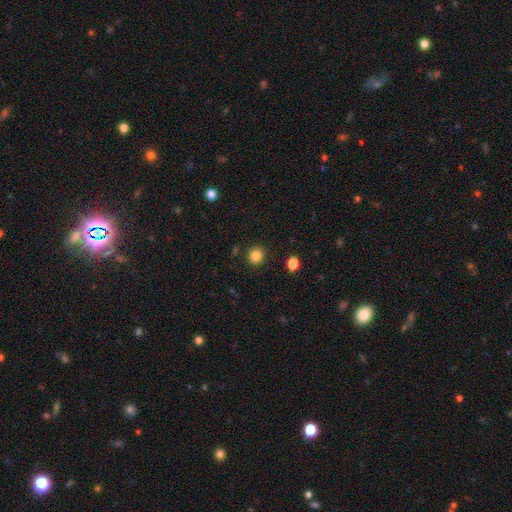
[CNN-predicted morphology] A smooth galaxy with no disk features (83%) that is round (90%).

Vote fractions:
- Smooth or featured? smooth: 83% / star or artifact: 12% / featured or disk: 5%
- How rounded? round: 90% / in between: 9% / cigar-shaped: 1%
- Merging? none: 91% / minor disturbance: 6% / major disturbance: 2% / merger: 2%